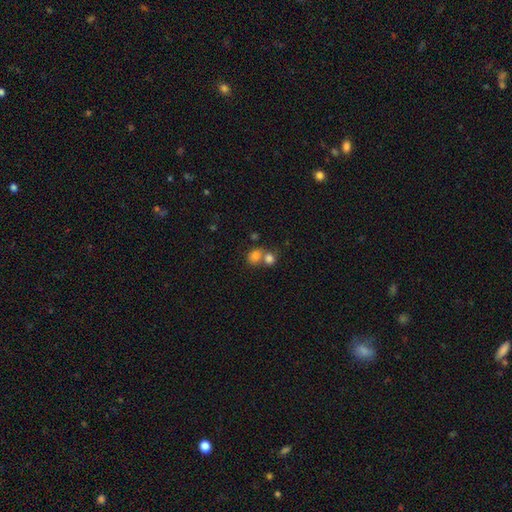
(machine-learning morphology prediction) The model was most divided on "how rounded": round: 58%, in between: 41%, cigar-shaped: 1%. More confident: smooth or featured — smooth (79%); merging — merger (55%).